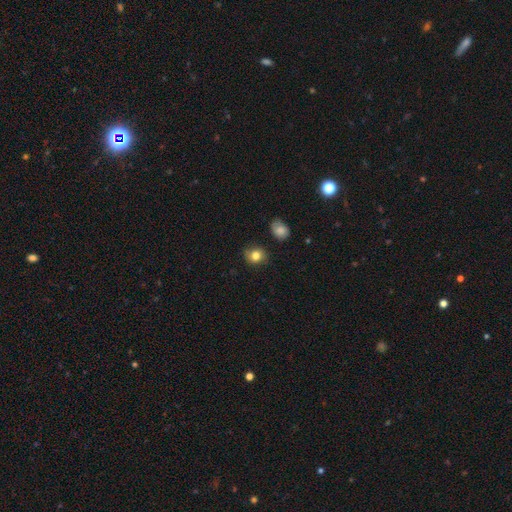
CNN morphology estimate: Smooth or featured: smooth — 80% (star or artifact — 10%)
How rounded: round — 70% (in between — 29%)
Merging: none — 77% (minor disturbance — 17%)